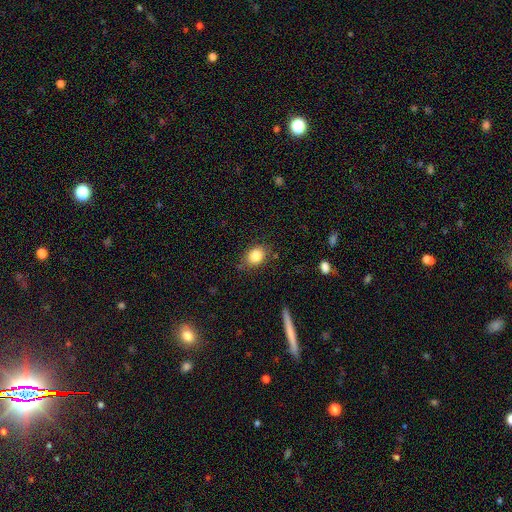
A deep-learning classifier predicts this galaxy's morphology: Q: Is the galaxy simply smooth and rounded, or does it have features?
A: smooth — 84%.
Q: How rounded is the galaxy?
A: in between — 53%.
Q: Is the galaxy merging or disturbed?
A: none — 79%.